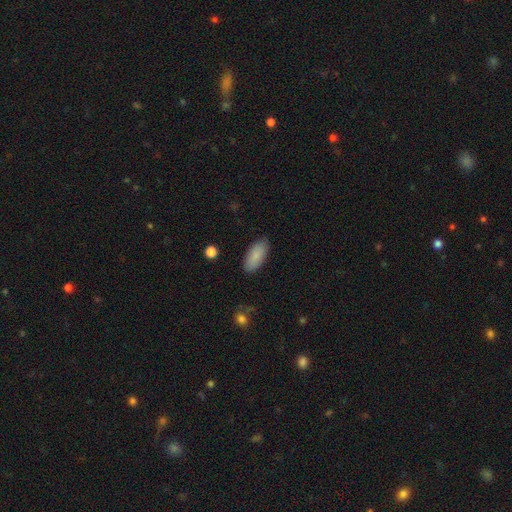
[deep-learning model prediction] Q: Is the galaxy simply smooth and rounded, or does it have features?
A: smooth — 87%.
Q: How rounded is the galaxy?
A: in between — 88%.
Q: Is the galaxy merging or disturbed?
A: none — 86%.